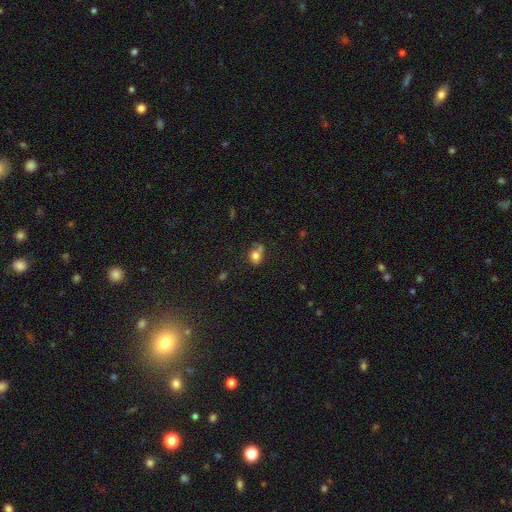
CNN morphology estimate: This is likely a smooth galaxy (76%). How rounded: possibly in between (51%). Merging: marginally none (41%).